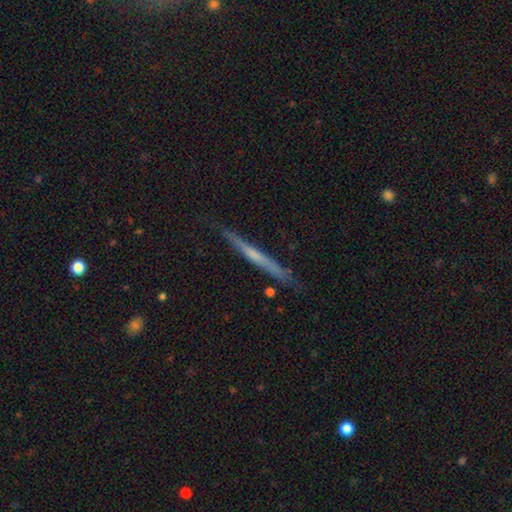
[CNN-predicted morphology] This is possibly a featured or disk galaxy (57%). It is clearly viewed edge-on (97%). Edge-on bulge: likely none (70%). Merging: clearly none (86%).